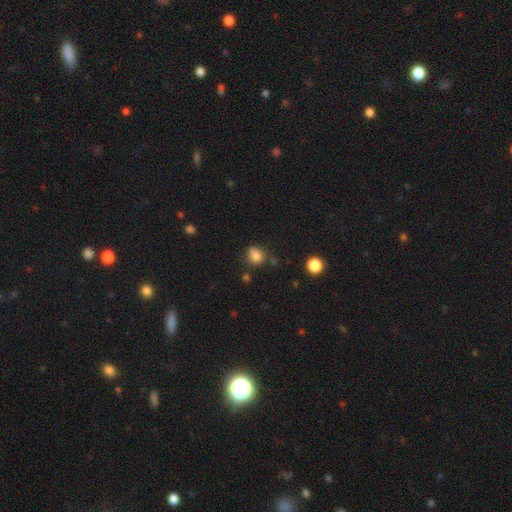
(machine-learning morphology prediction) Smooth or featured: smooth — 79% (star or artifact — 13%)
How rounded: round — 70% (in between — 29%)
Merging: none — 60% (minor disturbance — 23%)